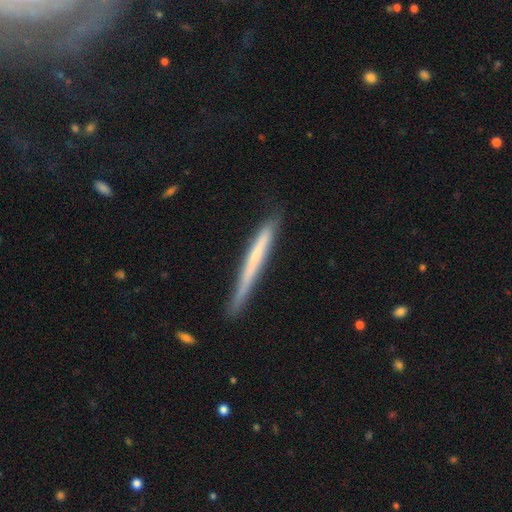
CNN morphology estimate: This is possibly a featured or disk galaxy (47%, tied with smooth). Merging: likely none (77%).